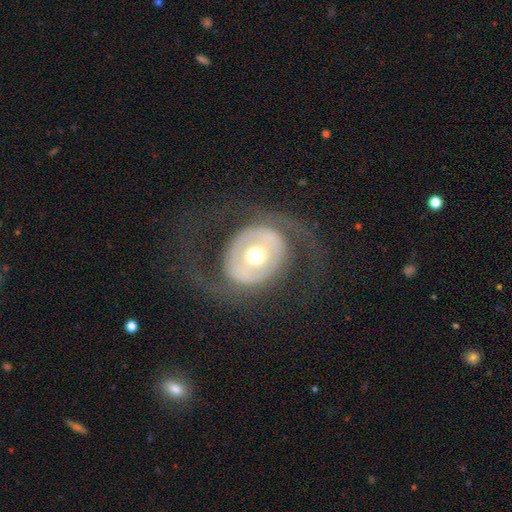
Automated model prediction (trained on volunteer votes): A featured or disk galaxy (70%) with no bar (63%), no spiral arms (55%) and a moderate central bulge (71%).

Vote fractions:
- Smooth or featured? featured or disk: 70% / smooth: 24% / star or artifact: 5%
- Edge-on disk? no: 95% / yes: 5%
- Bar? no: 63% / weak: 22% / strong: 15%
- Spiral arms? no: 55% / yes: 45%
- Bulge size? moderate: 71% / large: 14% / small: 12% / dominant: 2% / none: 1%
- Merging? none: 67% / major disturbance: 20% / minor disturbance: 11% / merger: 1%